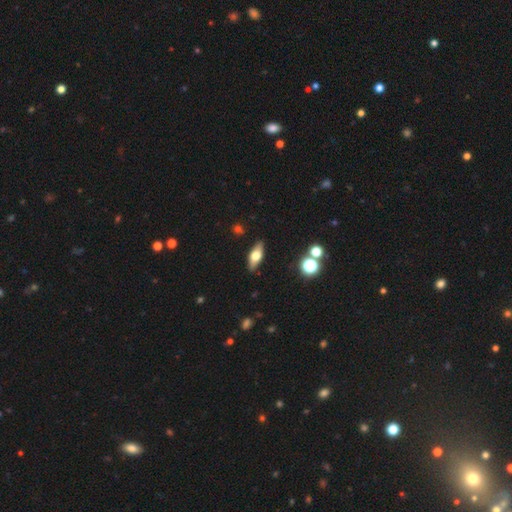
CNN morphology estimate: Smooth or featured? smooth (58%)
How rounded? in between (69%)
Merging? none (87%)